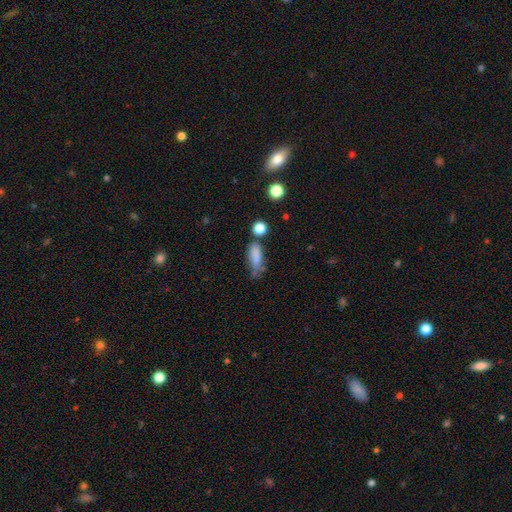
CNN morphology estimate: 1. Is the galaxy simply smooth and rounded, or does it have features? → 79% smooth, 10% featured or disk, 10% star or artifact.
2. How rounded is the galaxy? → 64% in between, 32% cigar-shaped, 4% round.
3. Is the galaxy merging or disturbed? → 42% none, 32% minor disturbance, 15% major disturbance, 12% merger.